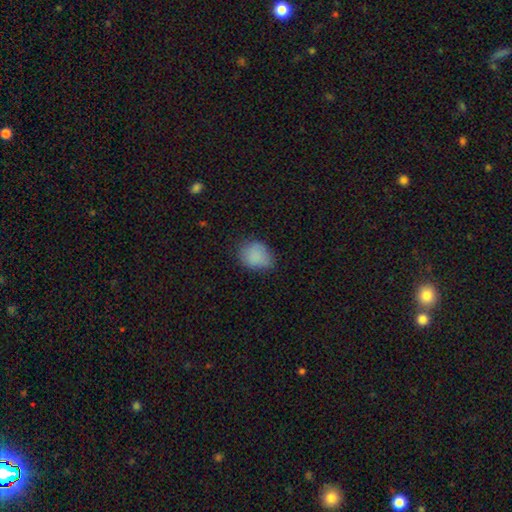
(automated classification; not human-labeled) This appears to be a smooth galaxy with no disk features (84%) that is in between round and cigar-shaped (53%). Merging: none (63%).